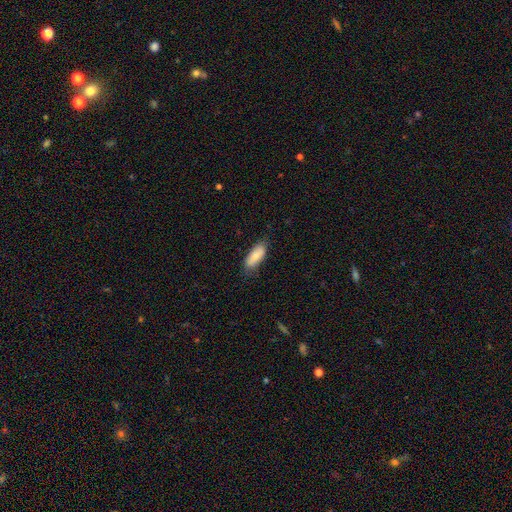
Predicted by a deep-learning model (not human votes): A smooth galaxy with no disk features (82%) that is in between round and cigar-shaped (79%).

Vote fractions:
- Smooth or featured? smooth: 82% / featured or disk: 12% / star or artifact: 6%
- How rounded? in between: 79% / cigar-shaped: 19% / round: 2%
- Merging? none: 75% / minor disturbance: 20% / major disturbance: 4% / merger: 1%